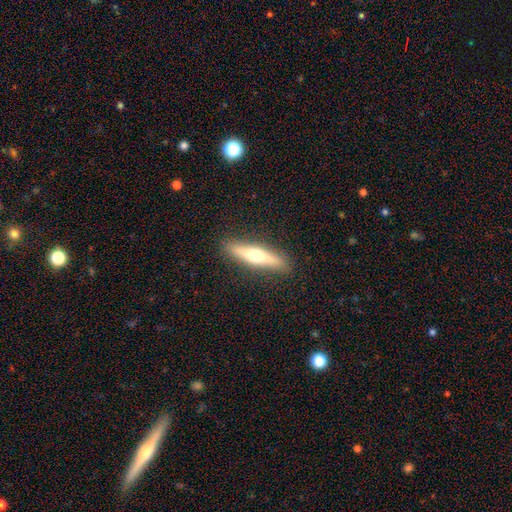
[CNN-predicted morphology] type=featured or disk (50%); merging=none (90%).